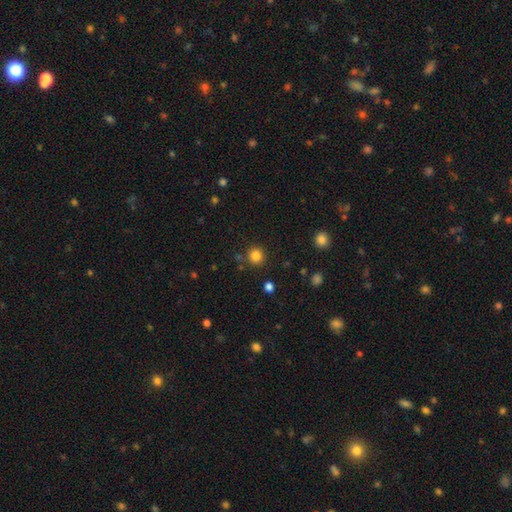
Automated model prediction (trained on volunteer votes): This is clearly a smooth galaxy (83%). How rounded: clearly round (92%). Merging: clearly none (86%).